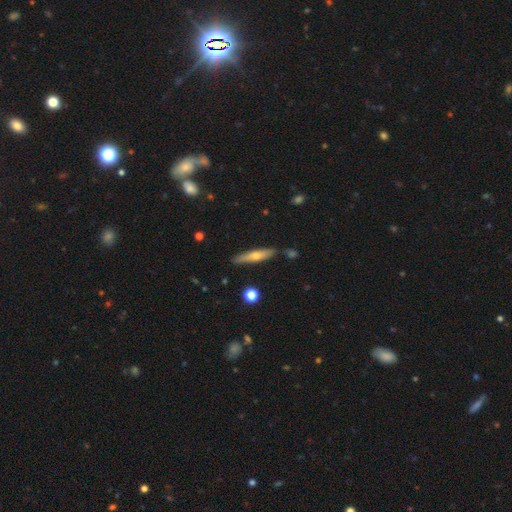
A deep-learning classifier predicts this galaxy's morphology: Smooth or featured?
  - smooth: 53% *
  - featured or disk: 41%
  - star or artifact: 6%
How rounded?
  - cigar-shaped: 85% *
  - in between: 13%
  - round: 2%
Merging?
  - none: 82% *
  - minor disturbance: 12%
  - merger: 4%
  - major disturbance: 2%